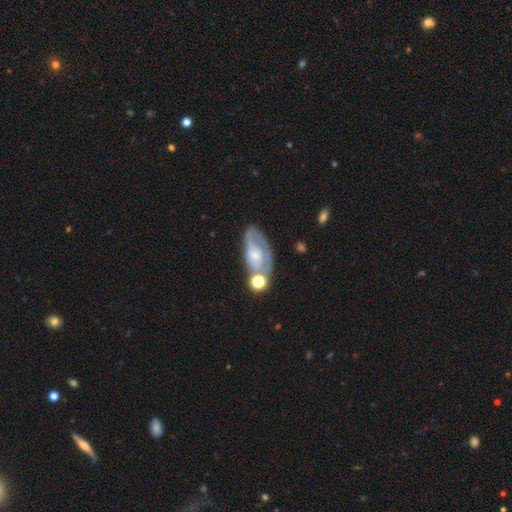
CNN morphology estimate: Smooth or featured?
  - featured or disk: 67% *
  - smooth: 25%
  - star or artifact: 8%
Edge-on disk?
  - no: 92% *
  - yes: 8%
Bar?
  - no: 71% *
  - weak: 23%
  - strong: 5%
Spiral arms?
  - yes: 74% *
  - no: 26%
Bulge size?
  - small: 56% *
  - moderate: 28%
  - none: 10%
  - large: 4%
  - dominant: 2%
Merging?
  - none: 50% *
  - minor disturbance: 22%
  - merger: 15%
  - major disturbance: 13%